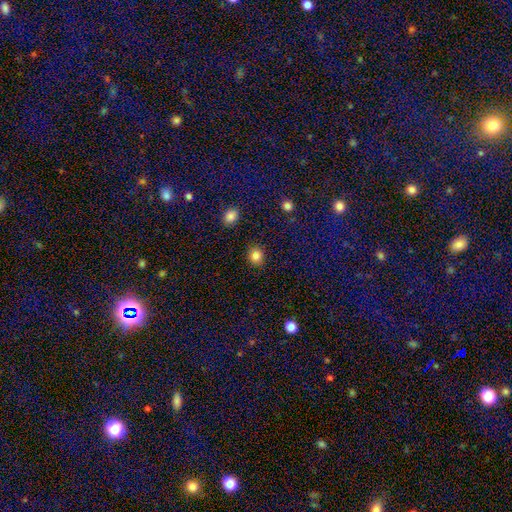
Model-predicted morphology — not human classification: Smooth or featured: smooth — 84% (star or artifact — 11%)
How rounded: round — 78% (in between — 21%)
Merging: none — 89% (minor disturbance — 7%)